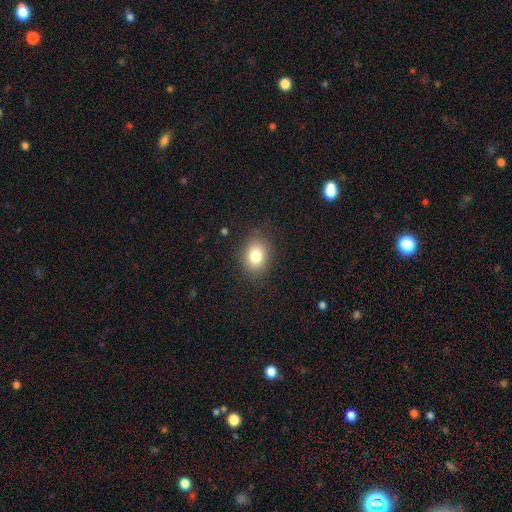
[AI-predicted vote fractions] Morphology: type=smooth (82%); roundness=in between (59%); merging=none (85%).